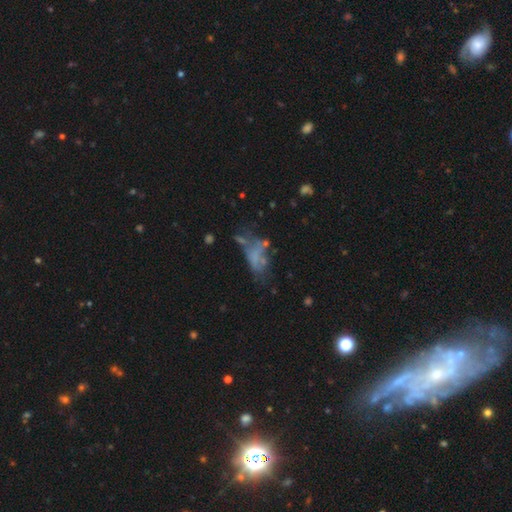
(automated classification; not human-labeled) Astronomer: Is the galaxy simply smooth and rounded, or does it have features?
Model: featured or disk — 43% (runner-up: smooth, 39%).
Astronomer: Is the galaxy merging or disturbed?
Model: major disturbance — 34% (runner-up: none, 30%).